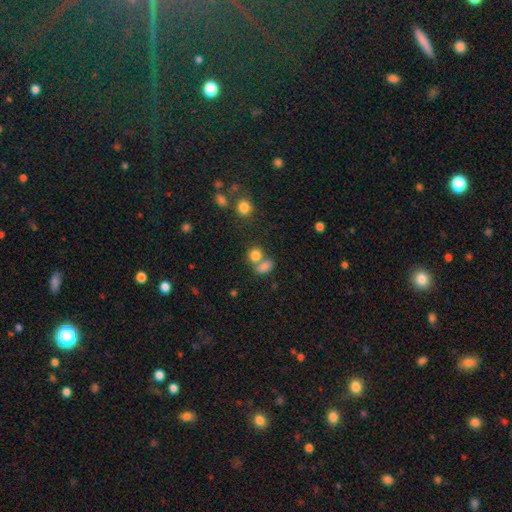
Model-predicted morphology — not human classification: Q: Smooth or featured?
A: smooth (80%); runner-up: star or artifact (12%)
Q: How rounded?
A: round (56%); runner-up: in between (42%)
Q: Merging?
A: none (44%); runner-up: merger (43%)